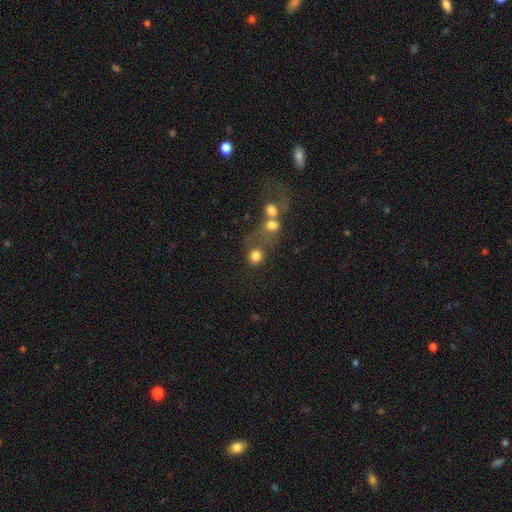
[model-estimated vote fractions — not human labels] smooth-or-featured: smooth: 79% | star or artifact: 12% | featured or disk: 9%
  how-rounded: round: 84% | in between: 15% | cigar-shaped: 1%
  merging: none: 44% | merger: 36% | major disturbance: 11% | minor disturbance: 9%